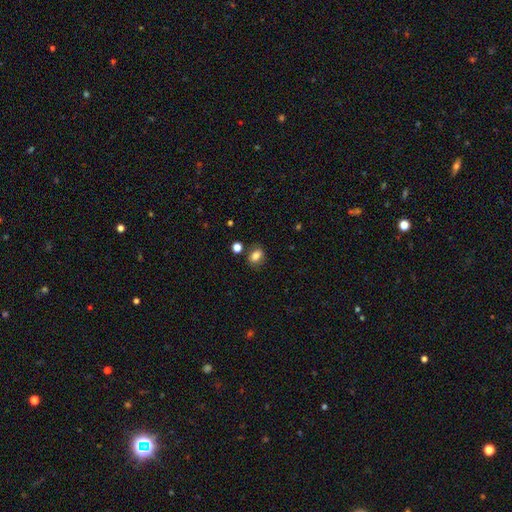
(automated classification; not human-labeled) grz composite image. It shows a smooth galaxy with no disk features (81%) that is in between round and cigar-shaped (64%). Merging: none (79%).